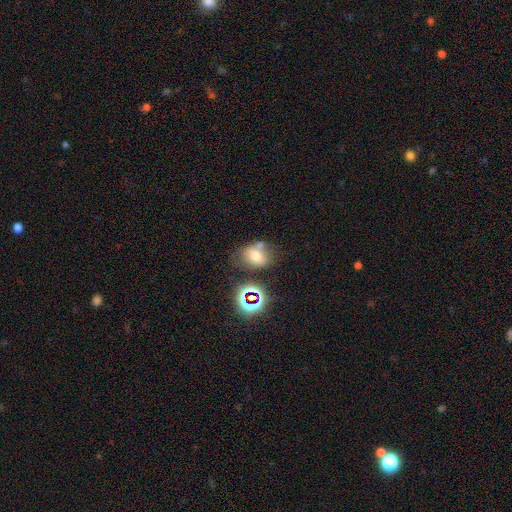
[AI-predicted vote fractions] smooth-or-featured: smooth: 61% | star or artifact: 20% | featured or disk: 19%
  how-rounded: in between: 66% | round: 32% | cigar-shaped: 1%
  merging: none: 52% | minor disturbance: 20% | merger: 20% | major disturbance: 8%